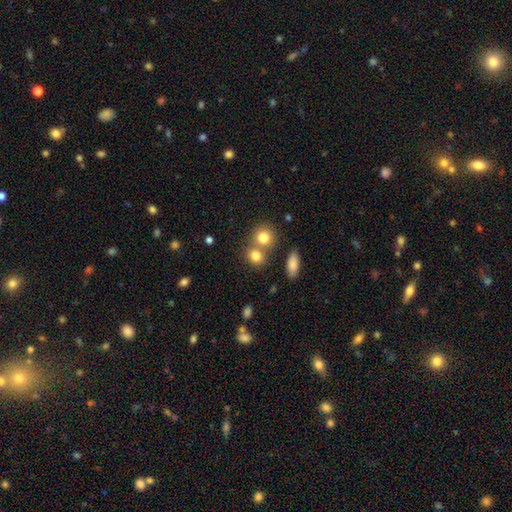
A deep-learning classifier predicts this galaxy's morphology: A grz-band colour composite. It shows a smooth galaxy with no disk features (80%) that is round (72%). Merging: none (51%).